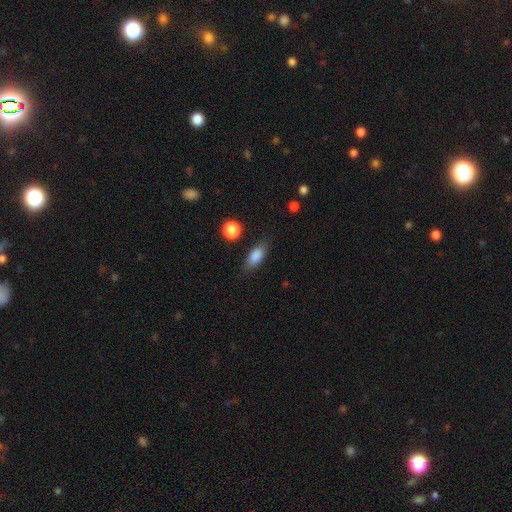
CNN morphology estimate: smooth-or-featured: smooth: 84% | featured or disk: 9% | star or artifact: 8%
  how-rounded: in between: 81% | cigar-shaped: 13% | round: 5%
  merging: none: 78% | minor disturbance: 15% | major disturbance: 4% | merger: 2%